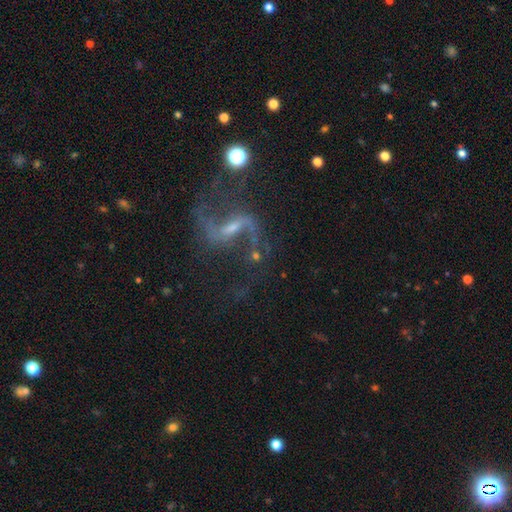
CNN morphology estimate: This is clearly a featured or disk galaxy (82%). It is clearly not viewed edge-on (96%). Bar: marginally weak (43%). Spiral arm pattern: clearly yes (92%). Spiral arm count: clearly 2 (90%). Spiral winding: likely loose (78%). Central bulge: possibly small (54%). Merging: possibly none (54%).